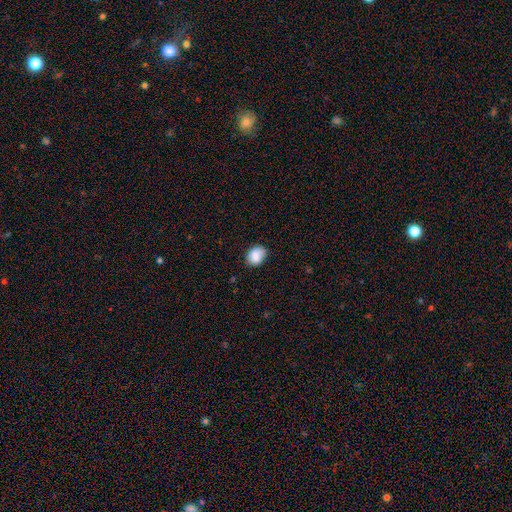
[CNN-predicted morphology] smooth 85%, star or artifact 8%, featured or disk 7%. Down the decision tree: how rounded — in between (57%); merging — none (72%).